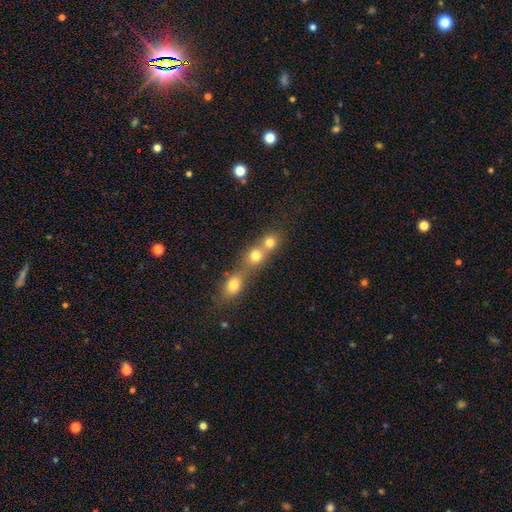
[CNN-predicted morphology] A smooth galaxy with no disk features (73%) that is round (77%).

Vote fractions:
- Smooth or featured? smooth: 73% / star or artifact: 14% / featured or disk: 13%
- How rounded? round: 77% / in between: 20% / cigar-shaped: 3%
- Merging? merger: 64% / none: 29% / minor disturbance: 5% / major disturbance: 3%